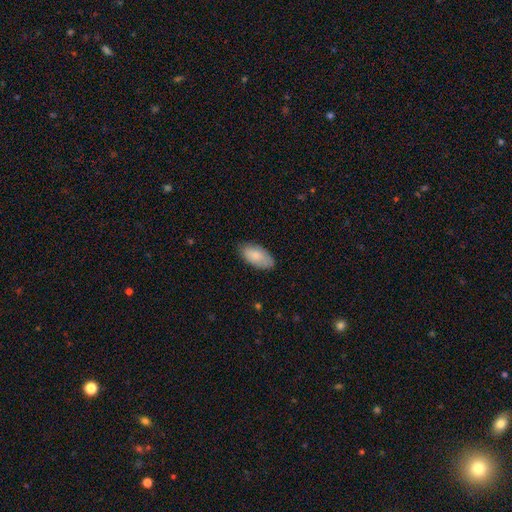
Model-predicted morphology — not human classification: Overall: smooth (81%). How rounded: in between (94%). Merging: none (80%).